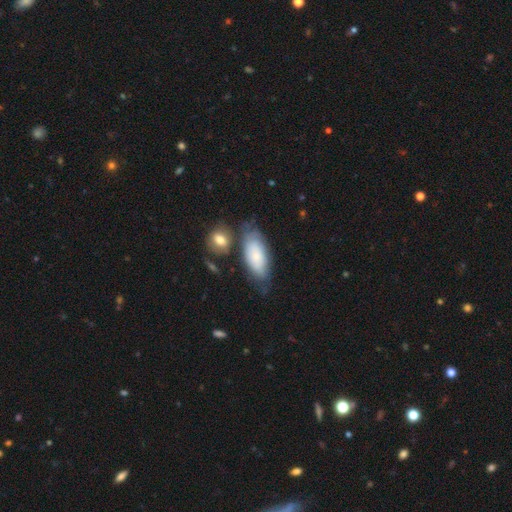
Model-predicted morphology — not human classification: Q: Smooth or featured?
A: smooth (68%); runner-up: featured or disk (25%)
Q: How rounded?
A: in between (88%); runner-up: cigar-shaped (9%)
Q: Merging?
A: none (57%); runner-up: minor disturbance (23%)